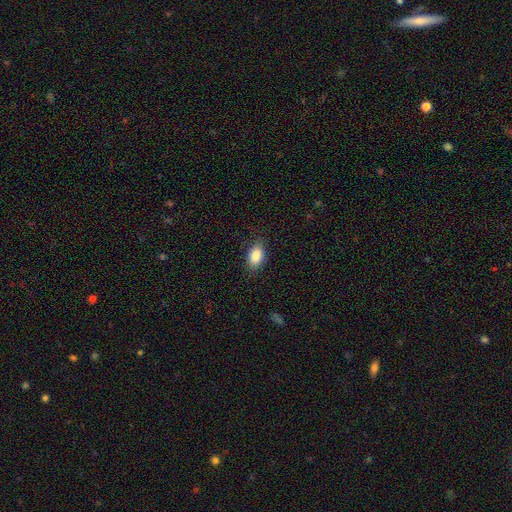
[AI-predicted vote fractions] The model was most divided on "merging": none: 82%, minor disturbance: 14%, major disturbance: 3%, merger: 1%. More confident: how rounded — in between (90%); smooth or featured — smooth (87%).